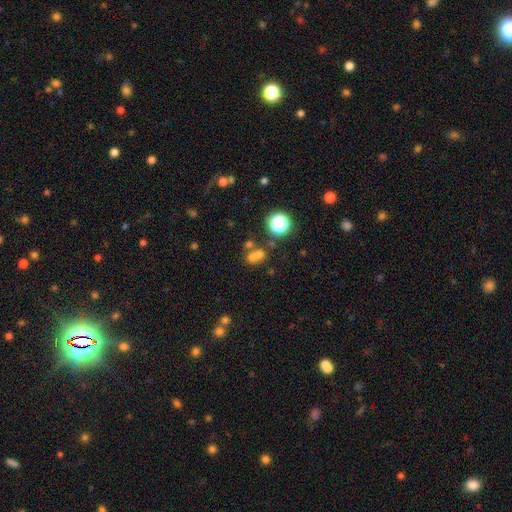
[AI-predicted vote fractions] Q: Smooth or featured?
A: smooth (59%); runner-up: star or artifact (25%)
Q: How rounded?
A: round (75%); runner-up: in between (24%)
Q: Merging?
A: merger (51%); runner-up: none (38%)